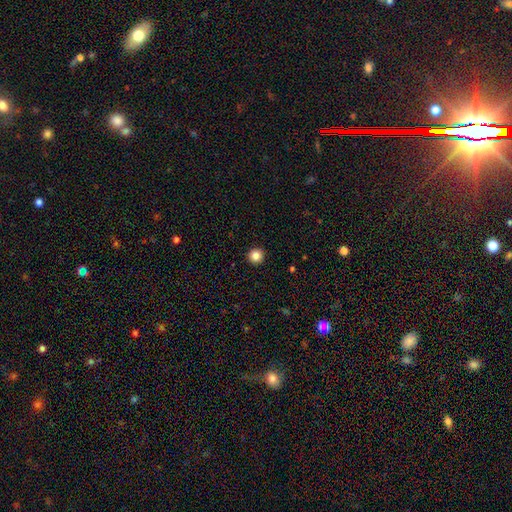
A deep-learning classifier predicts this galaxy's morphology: smooth_or_featured: smooth (p=0.85) [alt: star or artifact p=0.11]
how_rounded: round (p=0.95) [alt: in between p=0.04]
merging: none (p=0.94) [alt: minor disturbance p=0.04]